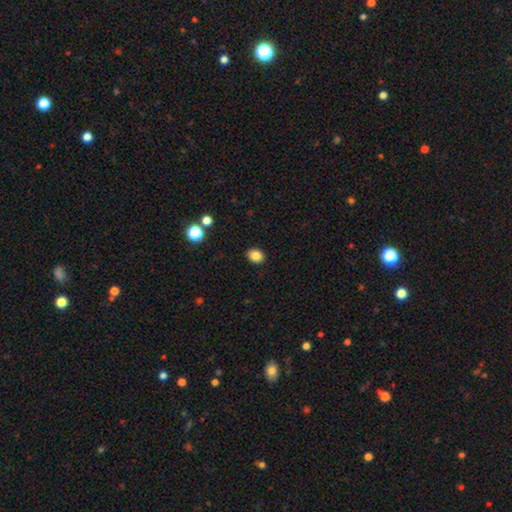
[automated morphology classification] A smooth galaxy with no disk features (84%) that is round (52%).

Vote fractions:
- Smooth or featured? smooth: 84% / star or artifact: 11% / featured or disk: 6%
- How rounded? round: 52% / in between: 47% / cigar-shaped: 1%
- Merging? none: 90% / minor disturbance: 7% / major disturbance: 2% / merger: 1%